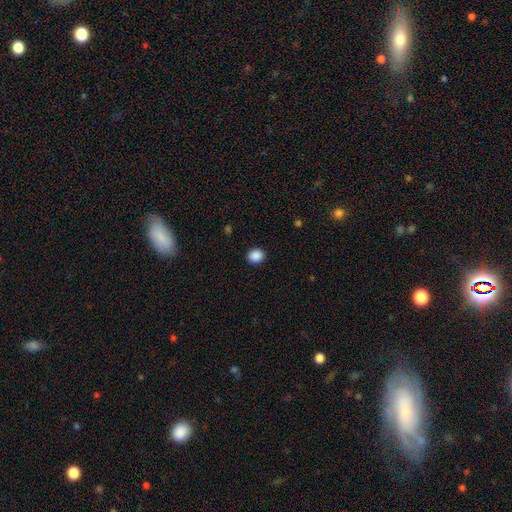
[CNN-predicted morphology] Smooth or featured? smooth (89%)
How rounded? round (75%)
Merging? none (92%)